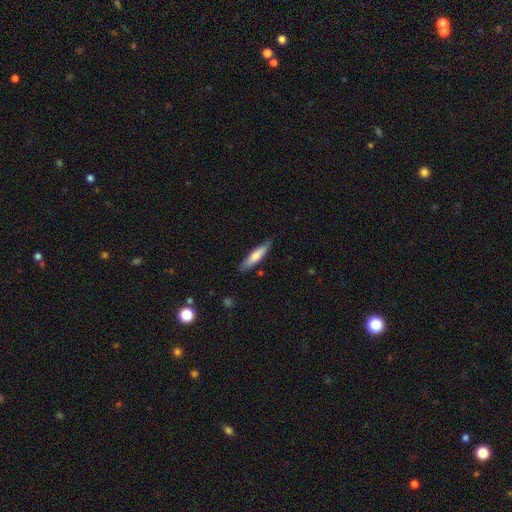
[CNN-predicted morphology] Smooth or featured: smooth — 66% (featured or disk — 28%)
How rounded: cigar-shaped — 80% (in between — 19%)
Merging: none — 83% (minor disturbance — 13%)